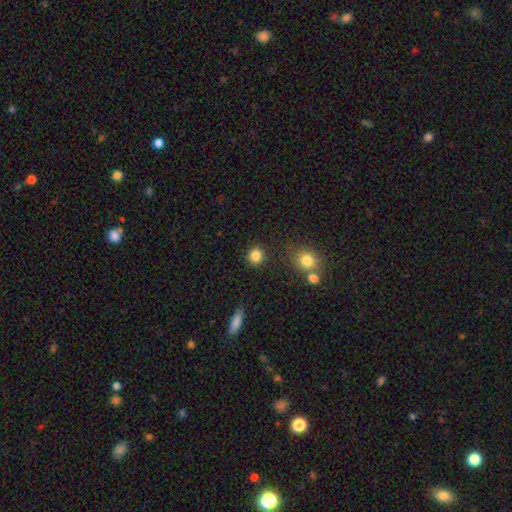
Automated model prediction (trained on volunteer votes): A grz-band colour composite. It shows a smooth galaxy with no disk features (85%) that is round (87%). Merging: none (87%).